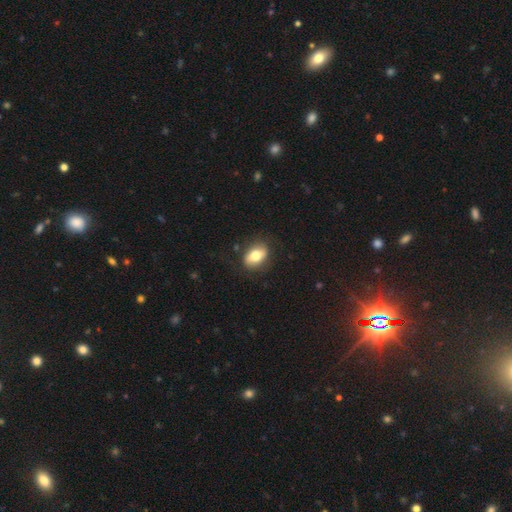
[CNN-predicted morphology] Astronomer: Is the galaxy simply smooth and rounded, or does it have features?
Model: smooth — 71%.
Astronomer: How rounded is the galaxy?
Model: in between — 79%.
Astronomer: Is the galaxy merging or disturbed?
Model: none — 79%.